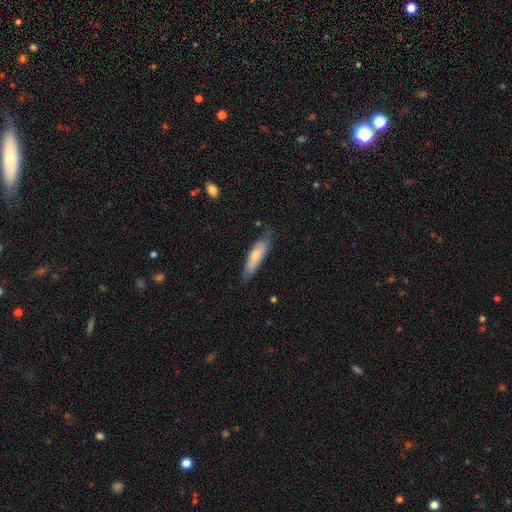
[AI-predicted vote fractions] This is likely a smooth galaxy (68%). How rounded: likely cigar-shaped (64%). Merging: likely none (66%).